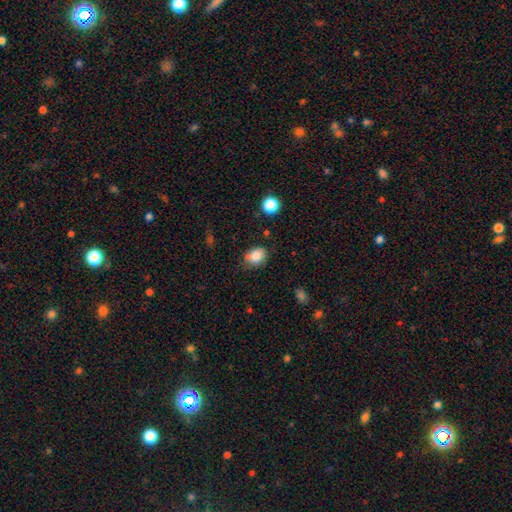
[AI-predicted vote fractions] A smooth galaxy with no disk features (82%) that is in between round and cigar-shaped (59%).

Vote fractions:
- Smooth or featured? smooth: 82% / star or artifact: 10% / featured or disk: 8%
- How rounded? in between: 59% / round: 40% / cigar-shaped: 1%
- Merging? none: 64% / minor disturbance: 23% / merger: 8% / major disturbance: 5%